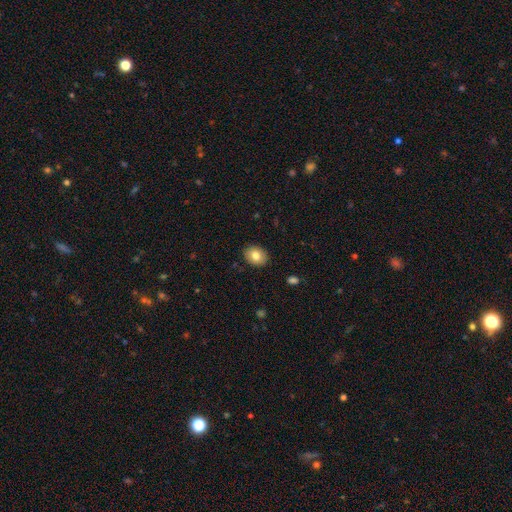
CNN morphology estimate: Overall: smooth (80%). How rounded: in between (58%; round 41%). Merging: none (89%).